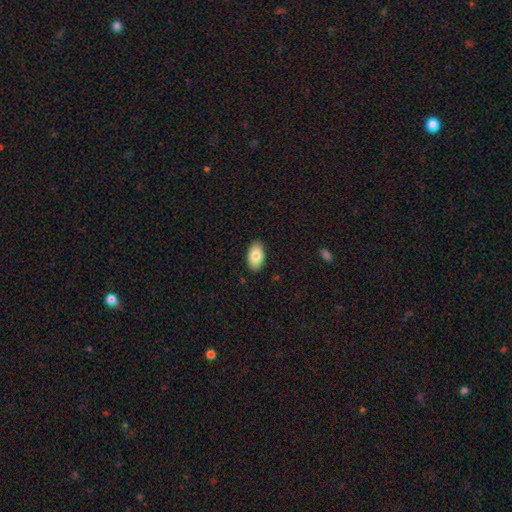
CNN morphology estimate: Smooth or featured? smooth (82%)
How rounded? in between (95%)
Merging? none (89%)